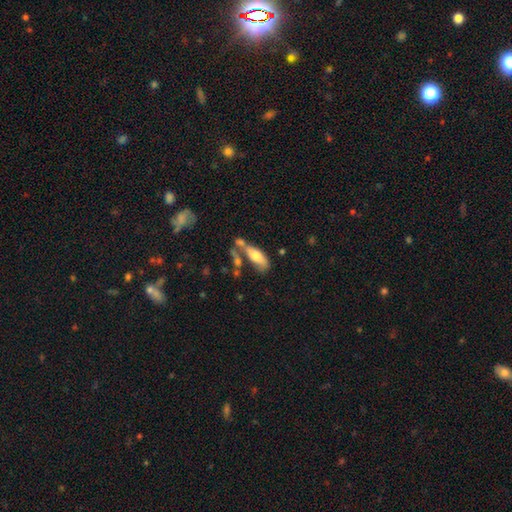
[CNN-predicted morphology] smooth_or_featured: smooth (p=0.64) [alt: featured or disk p=0.29]
how_rounded: in between (p=0.63) [alt: cigar-shaped p=0.35]
merging: none (p=0.38) [alt: merger p=0.31]